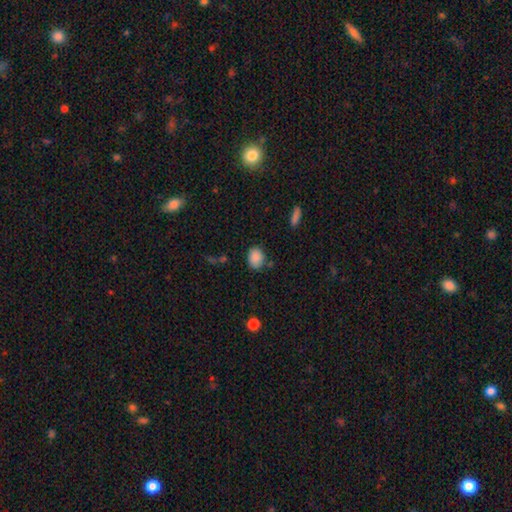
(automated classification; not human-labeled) Morphology: type=smooth (87%); roundness=in between (55%); merging=none (76%).